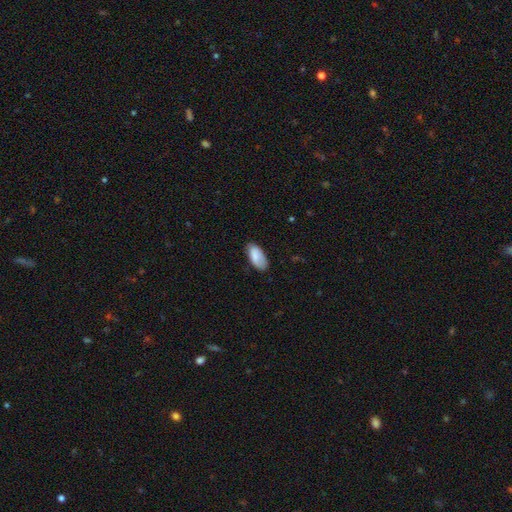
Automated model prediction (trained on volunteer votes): Smooth or featured? Predicted: smooth (p=0.82). How rounded? Predicted: in between (p=0.93). Merging? Predicted: none (p=0.72).